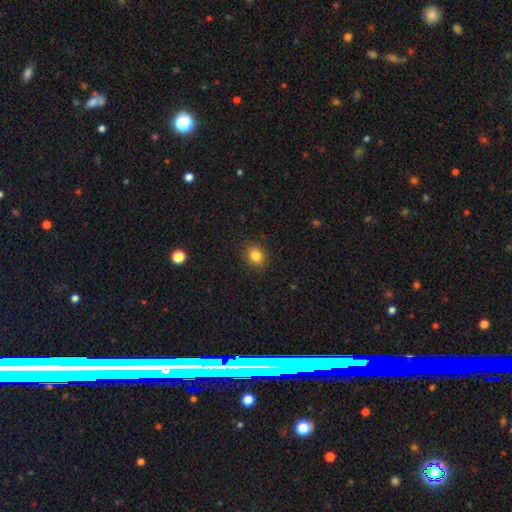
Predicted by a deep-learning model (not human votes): smooth 83%, star or artifact 12%, featured or disk 5%. Down the decision tree: how rounded — round (81%); merging — none (90%).